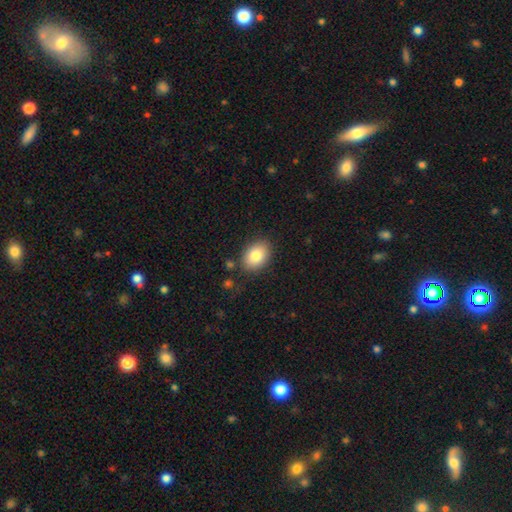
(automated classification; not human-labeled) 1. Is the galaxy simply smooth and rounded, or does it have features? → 83% smooth, 9% featured or disk, 8% star or artifact.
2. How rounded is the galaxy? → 78% in between, 21% round, 1% cigar-shaped.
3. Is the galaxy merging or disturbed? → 84% none, 11% minor disturbance, 3% major disturbance, 2% merger.